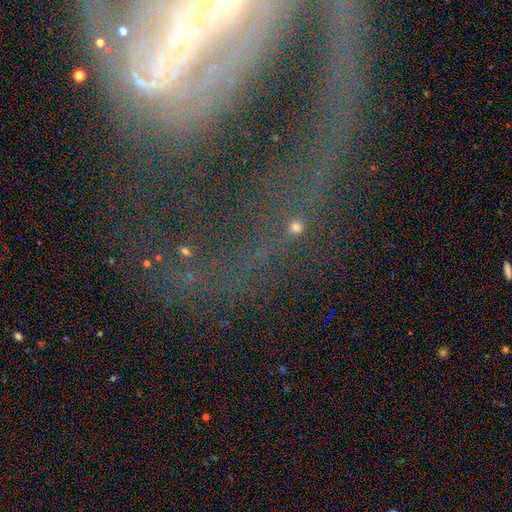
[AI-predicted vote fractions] Smooth or featured: featured or disk — 63% (star or artifact — 22%)
Edge-on disk: no — 83% (yes — 17%)
Bar: strong — 38% (no — 34%)
Spiral arms: yes — 69% (no — 31%)
Bulge size: small — 36% (moderate — 34%)
Merging: none — 43% (major disturbance — 33%)